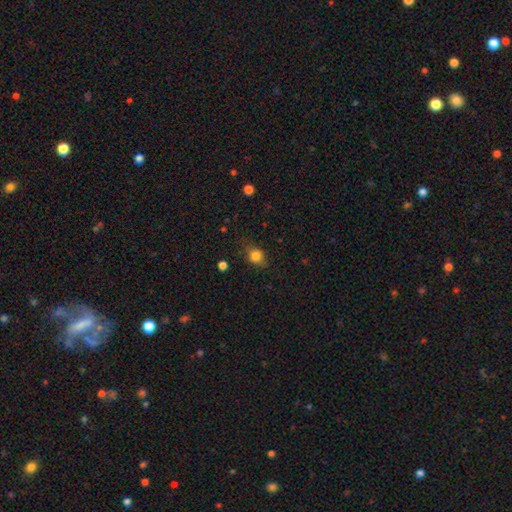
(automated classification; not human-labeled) The model was most divided on "how rounded": round: 54%, in between: 45%, cigar-shaped: 2%. More confident: smooth or featured — smooth (81%); merging — none (70%).